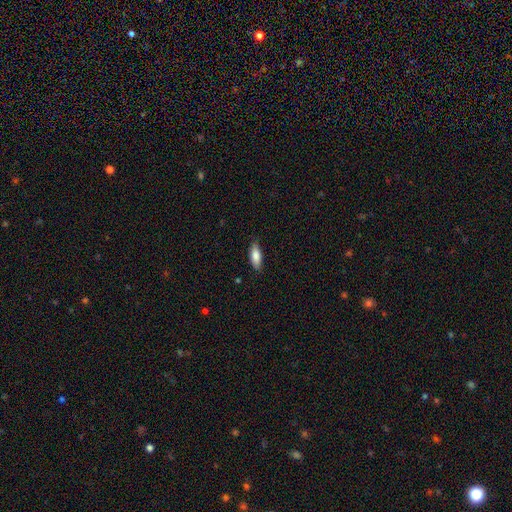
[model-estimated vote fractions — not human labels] Morphology: type=smooth (83%); roundness=in between (70%); merging=none (82%).